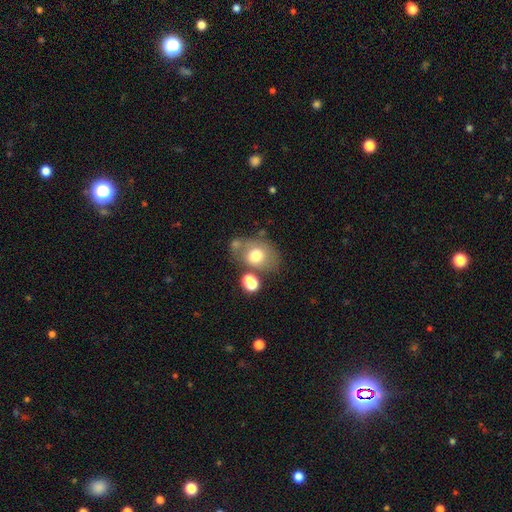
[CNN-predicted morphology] A smooth galaxy with no disk features (69%) that is in between round and cigar-shaped (56%). Merging: none (52%).